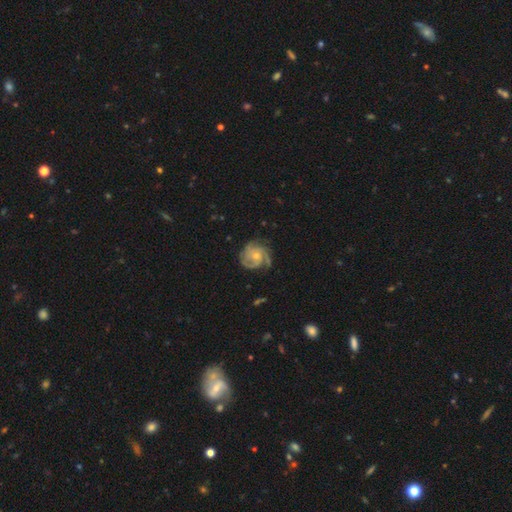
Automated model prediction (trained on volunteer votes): This is clearly a featured or disk galaxy (84%). It is clearly not viewed edge-on (98%). Bar: likely no (78%). Spiral arm pattern: clearly yes (96%). Spiral arm count: marginally 3 (42%). Spiral winding: possibly tight (58%). Central bulge: possibly small (59%). Merging: likely none (68%).